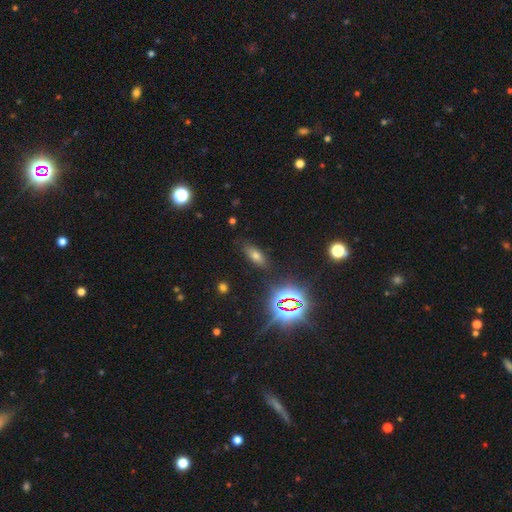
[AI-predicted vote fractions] smooth 57%, star or artifact 28%, featured or disk 15%. Down the decision tree: how rounded — in between (73%); merging — none (84%).